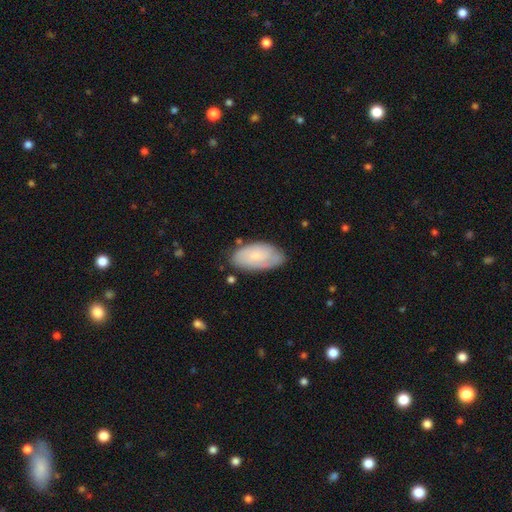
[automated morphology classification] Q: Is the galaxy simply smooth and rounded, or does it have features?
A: smooth — 56%.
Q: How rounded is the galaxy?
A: in between — 94%.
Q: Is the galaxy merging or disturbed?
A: none — 72%.